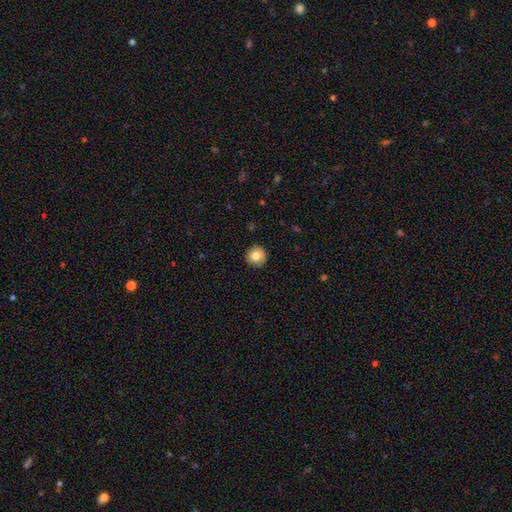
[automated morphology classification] A smooth galaxy with no disk features (80%) that is round (95%).

Vote fractions:
- Smooth or featured? smooth: 80% / featured or disk: 11% / star or artifact: 9%
- How rounded? round: 95% / in between: 4% / cigar-shaped: 1%
- Merging? none: 91% / minor disturbance: 7% / major disturbance: 2% / merger: 1%